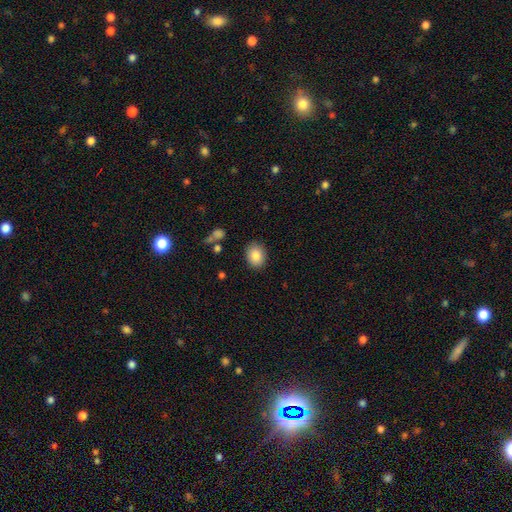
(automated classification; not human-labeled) Smooth or featured?
  - smooth: 87% *
  - star or artifact: 8%
  - featured or disk: 5%
How rounded?
  - in between: 59% *
  - round: 40%
  - cigar-shaped: 1%
Merging?
  - none: 85% *
  - minor disturbance: 10%
  - major disturbance: 3%
  - merger: 2%